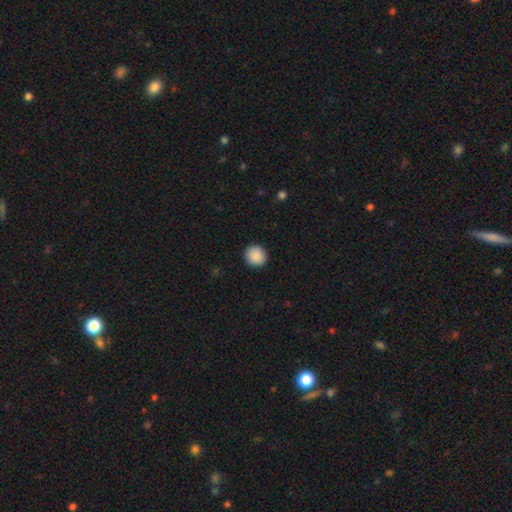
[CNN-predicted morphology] smooth-or-featured: smooth: 90% | star or artifact: 8% | featured or disk: 3%
  how-rounded: round: 94% | in between: 5% | cigar-shaped: 1%
  merging: none: 93% | minor disturbance: 5% | major disturbance: 2% | merger: 1%